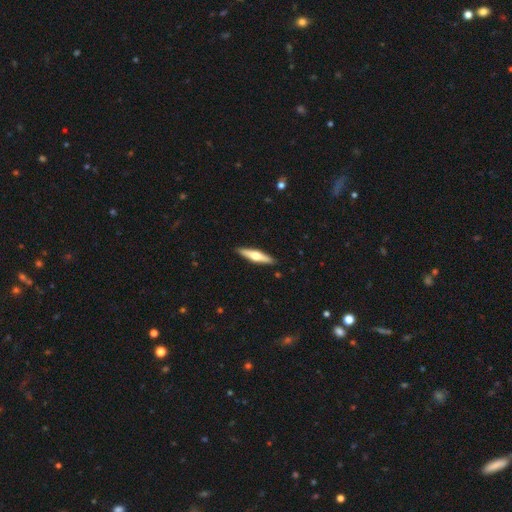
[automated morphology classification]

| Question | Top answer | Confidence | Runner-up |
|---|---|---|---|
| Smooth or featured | featured or disk | 54% | smooth (41%) |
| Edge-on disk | yes | 95% | no (5%) |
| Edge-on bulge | rounded | 94% | boxy (3%) |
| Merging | none | 91% | minor disturbance (7%) |